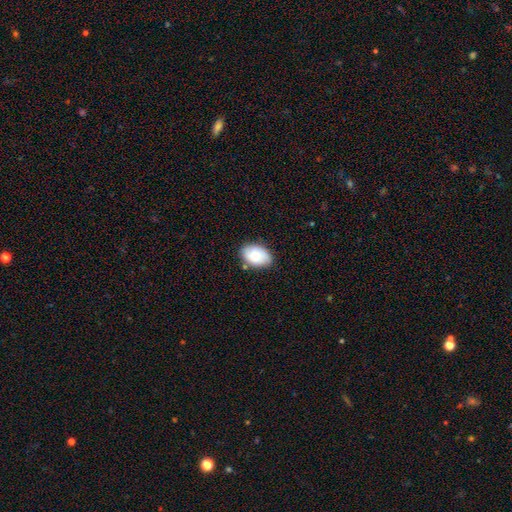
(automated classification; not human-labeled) Smooth or featured: smooth — 77% (featured or disk — 16%)
How rounded: in between — 87% (round — 12%)
Merging: none — 77% (minor disturbance — 18%)